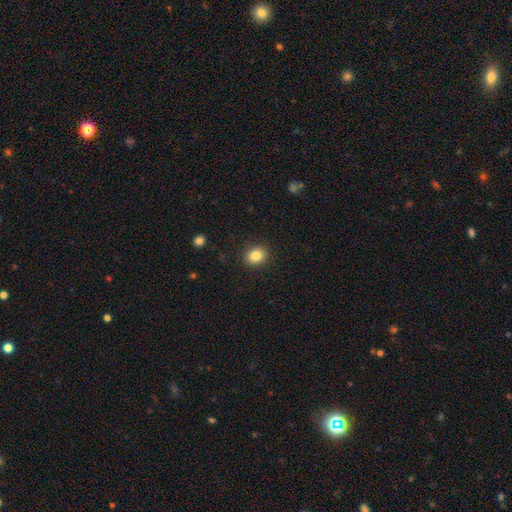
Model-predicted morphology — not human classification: Q: Smooth or featured?
A: smooth (84%); runner-up: star or artifact (10%)
Q: How rounded?
A: round (59%); runner-up: in between (40%)
Q: Merging?
A: none (90%); runner-up: minor disturbance (7%)